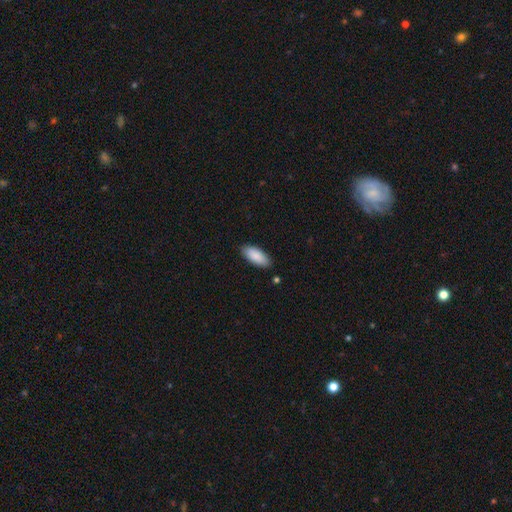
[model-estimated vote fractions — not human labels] A smooth galaxy with no disk features (89%) that is in between round and cigar-shaped (86%). Merging: none (86%).